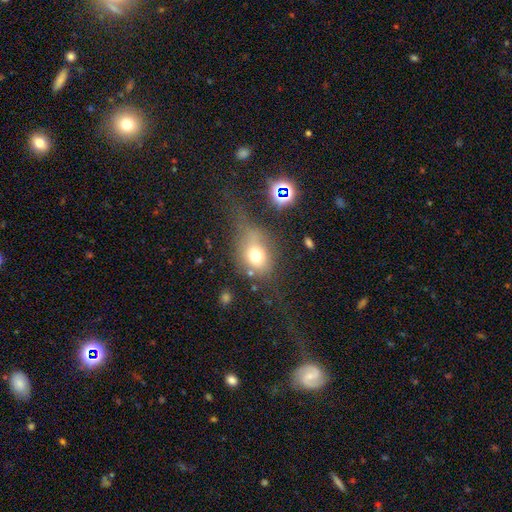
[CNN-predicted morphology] A smooth galaxy with no disk features (68%) that is in between round and cigar-shaped (58%). Merging: none (34%).